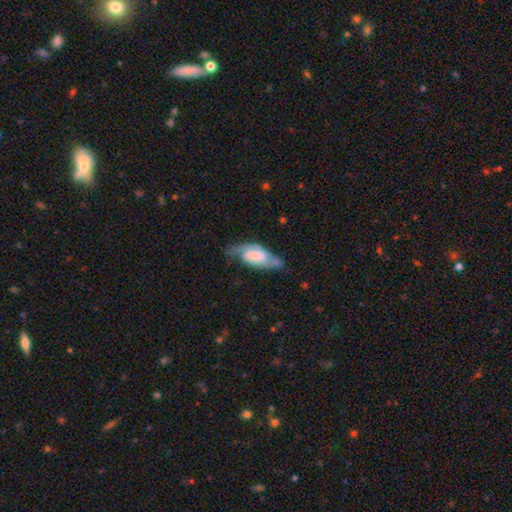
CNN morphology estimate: A featured or disk galaxy (69%) with a weak bar (41%), 2 (77%) medium (47%) spiral arms (90%) and a small central bulge (26%). Merging: none (50%).